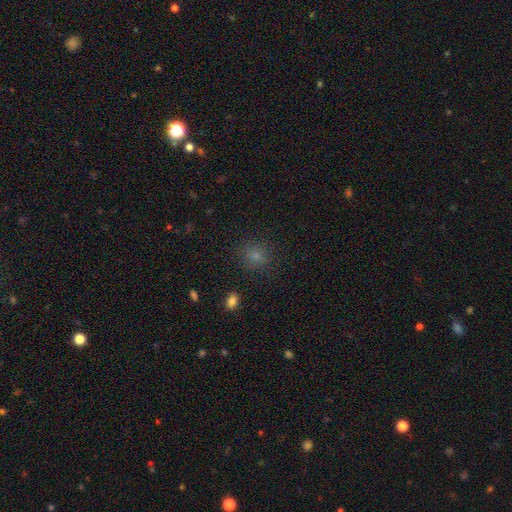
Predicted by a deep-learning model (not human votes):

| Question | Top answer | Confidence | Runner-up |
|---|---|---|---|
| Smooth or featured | smooth | 75% | star or artifact (17%) |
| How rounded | round | 69% | in between (29%) |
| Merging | none | 84% | minor disturbance (11%) |